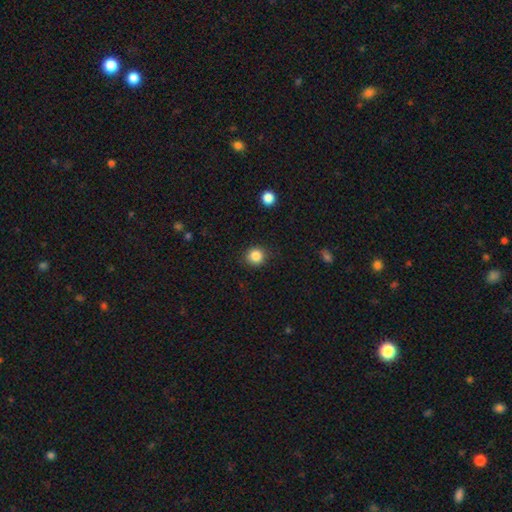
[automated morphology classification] smooth 86%, star or artifact 11%, featured or disk 4%. Down the decision tree: how rounded — round (90%); merging — none (89%).